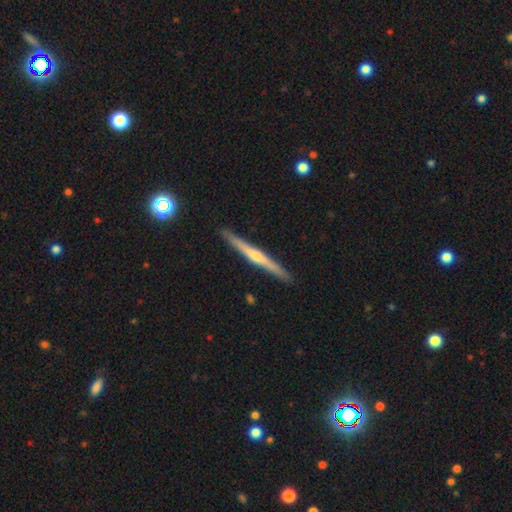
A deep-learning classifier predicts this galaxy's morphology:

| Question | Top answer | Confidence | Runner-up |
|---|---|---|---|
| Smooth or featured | featured or disk | 75% | smooth (20%) |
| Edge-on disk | yes | 98% | no (2%) |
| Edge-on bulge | rounded | 78% | none (17%) |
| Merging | none | 92% | minor disturbance (6%) |